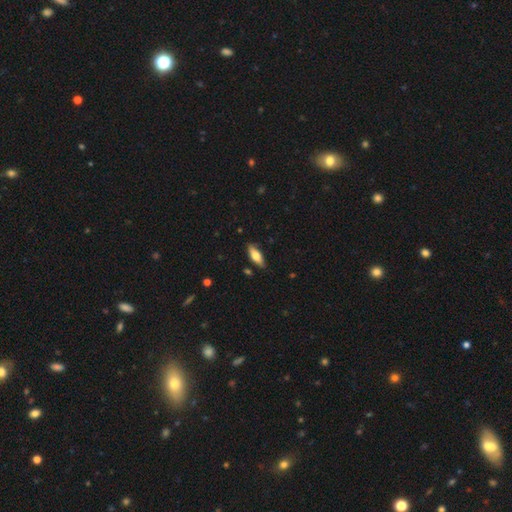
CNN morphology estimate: Q: Smooth or featured?
A: smooth (65%); runner-up: featured or disk (29%)
Q: How rounded?
A: in between (65%); runner-up: cigar-shaped (32%)
Q: Merging?
A: none (84%); runner-up: minor disturbance (12%)